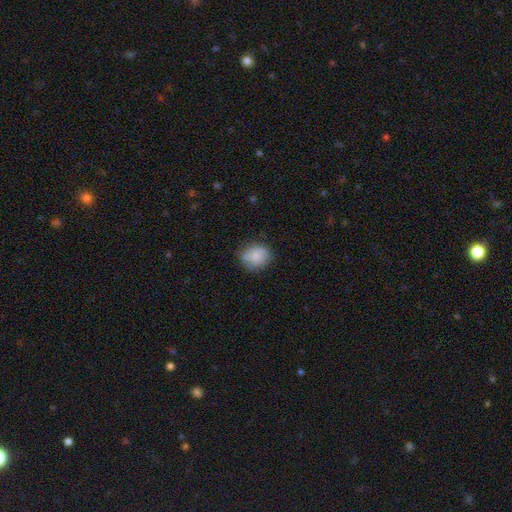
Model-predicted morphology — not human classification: Smooth or featured?
  - smooth: 80% *
  - featured or disk: 12%
  - star or artifact: 8%
How rounded?
  - round: 66% *
  - in between: 33%
  - cigar-shaped: 1%
Merging?
  - none: 68% *
  - minor disturbance: 24%
  - major disturbance: 5%
  - merger: 2%